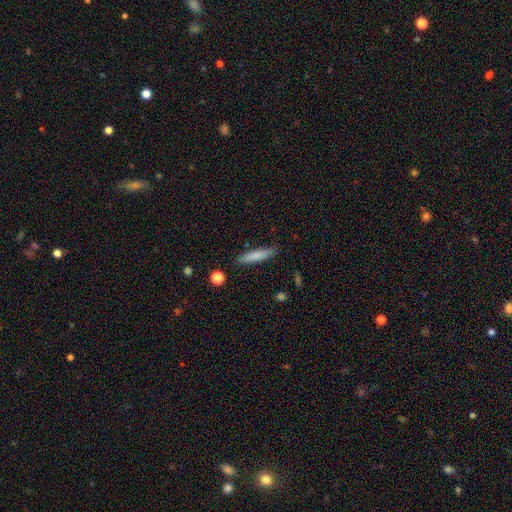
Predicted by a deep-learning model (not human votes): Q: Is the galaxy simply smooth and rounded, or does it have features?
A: smooth — 80%.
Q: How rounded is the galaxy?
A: cigar-shaped — 86%.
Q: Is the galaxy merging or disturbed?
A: none — 87%.